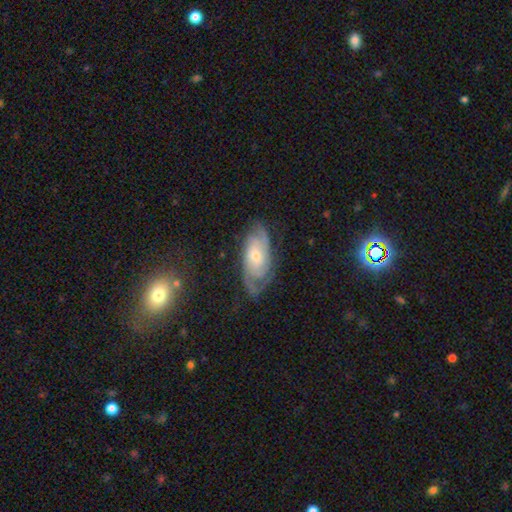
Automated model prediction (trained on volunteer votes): This is clearly a featured or disk galaxy (82%). It is clearly not viewed edge-on (94%). Bar: likely no (67%). Spiral arm pattern: clearly yes (96%). Spiral arm count: marginally 2 (41%). Spiral winding: likely tight (64%). Central bulge: likely small (60%). Merging: likely none (70%).